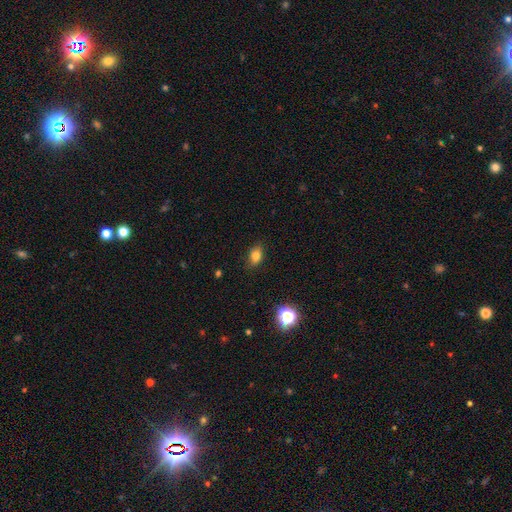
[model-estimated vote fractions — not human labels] Overall: smooth (80%). How rounded: in between (78%). Merging: none (82%).